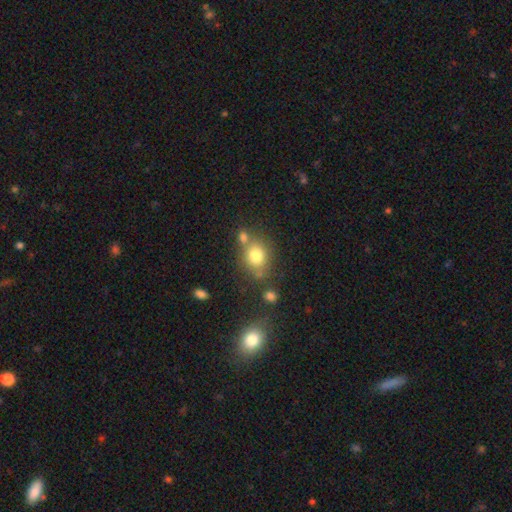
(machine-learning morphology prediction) Smooth or featured? smooth (77%)
How rounded? round (66%)
Merging? none (59%)